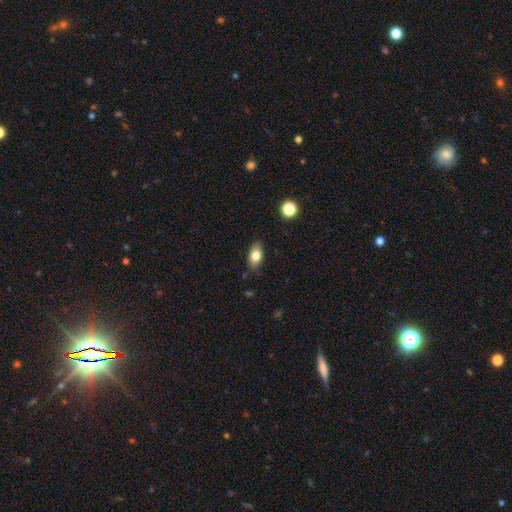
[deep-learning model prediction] Smooth or featured? smooth (78%)
How rounded? in between (88%)
Merging? none (83%)